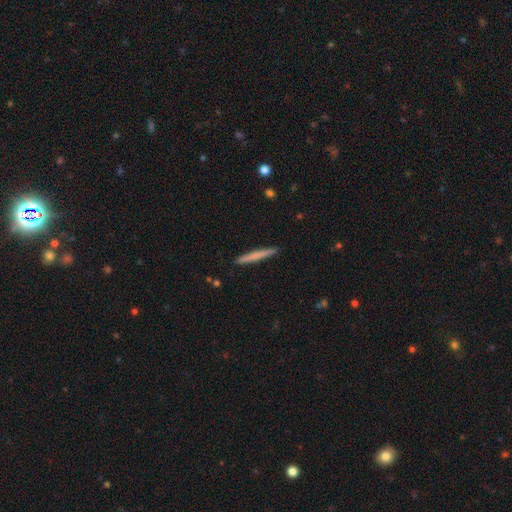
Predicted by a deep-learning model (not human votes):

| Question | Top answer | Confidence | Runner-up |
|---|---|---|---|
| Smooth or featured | smooth | 66% | featured or disk (29%) |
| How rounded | cigar-shaped | 97% | in between (2%) |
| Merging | none | 92% | minor disturbance (6%) |